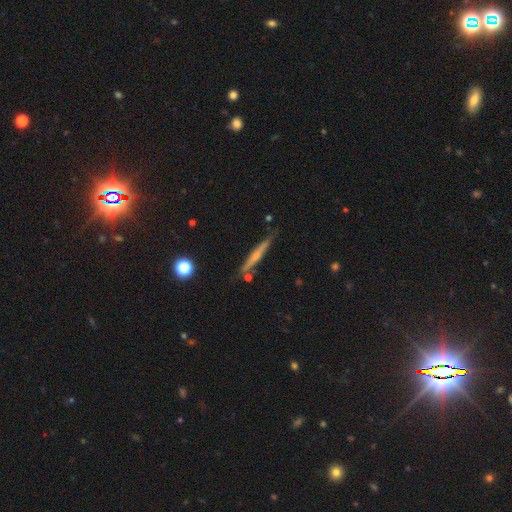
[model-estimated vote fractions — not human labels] smooth_or_featured: featured or disk (p=0.52) [alt: smooth p=0.40]
disk_edge_on: yes (p=0.96) [alt: no p=0.04]
edge_on_bulge: none (p=0.48) [alt: rounded p=0.44]
merging: none (p=0.82) [alt: minor disturbance p=0.12]